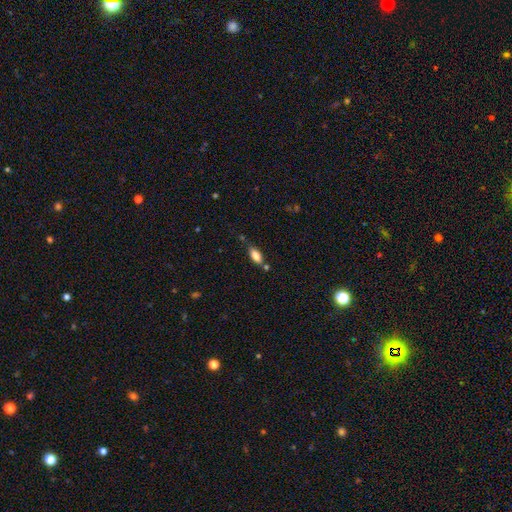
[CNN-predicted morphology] This is clearly a smooth galaxy (83%). How rounded: clearly in between (87%). Merging: likely none (70%).